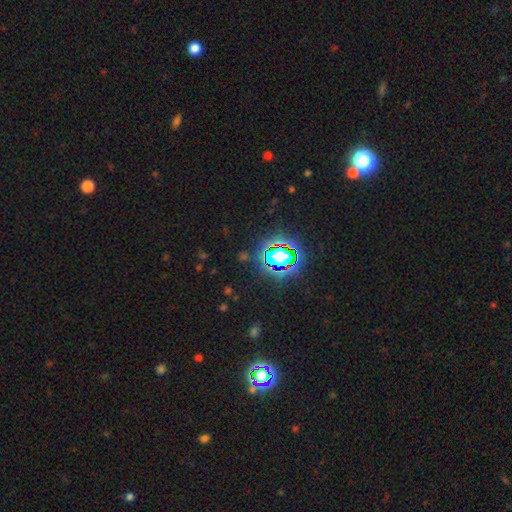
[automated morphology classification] Smooth or featured? Predicted: star or artifact (p=0.80).